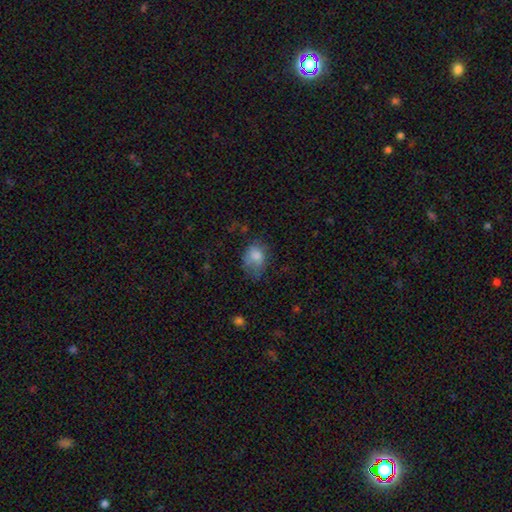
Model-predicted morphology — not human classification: A smooth galaxy with no disk features (76%) that is in between round and cigar-shaped (66%).

Vote fractions:
- Smooth or featured? smooth: 76% / featured or disk: 14% / star or artifact: 10%
- How rounded? in between: 66% / round: 33% / cigar-shaped: 1%
- Merging? none: 41% / minor disturbance: 34% / major disturbance: 22% / merger: 2%